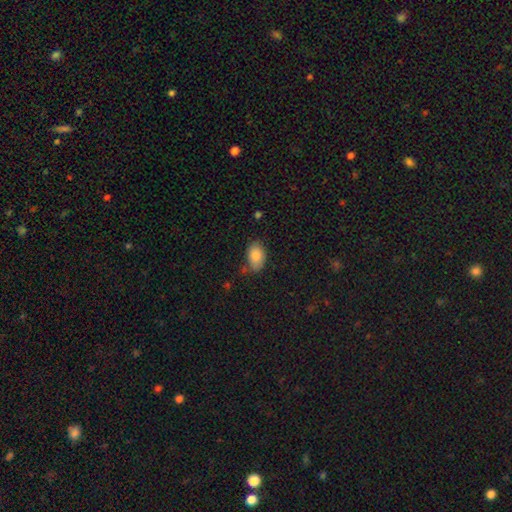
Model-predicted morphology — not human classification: Q: Smooth or featured?
A: smooth (84%); runner-up: featured or disk (8%)
Q: How rounded?
A: in between (89%); runner-up: round (10%)
Q: Merging?
A: none (73%); runner-up: minor disturbance (19%)